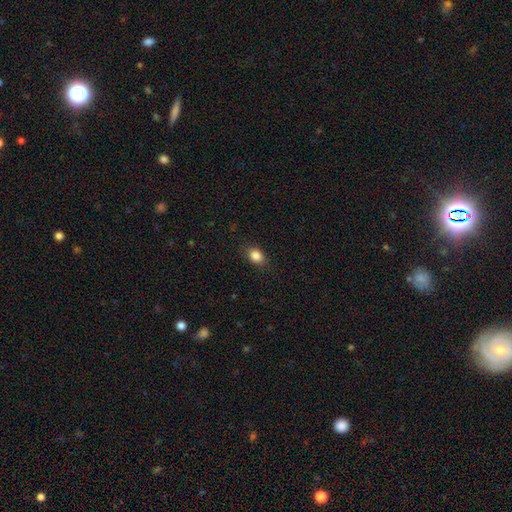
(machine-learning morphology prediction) smooth_or_featured: smooth (p=0.86) [alt: star or artifact p=0.09]
how_rounded: in between (p=0.73) [alt: round p=0.25]
merging: none (p=0.85) [alt: minor disturbance p=0.12]